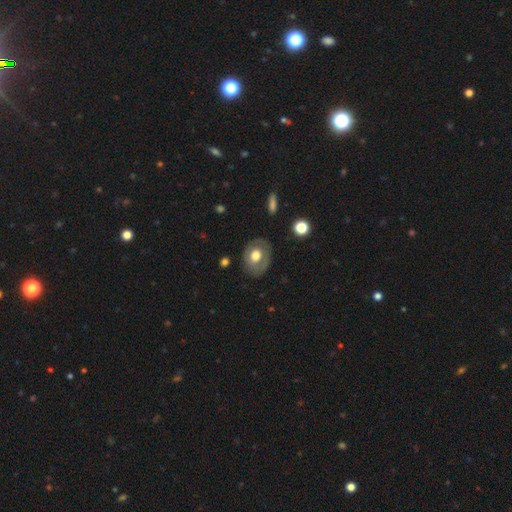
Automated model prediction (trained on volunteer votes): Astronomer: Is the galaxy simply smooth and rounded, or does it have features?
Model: smooth — 50% (runner-up: featured or disk, 44%).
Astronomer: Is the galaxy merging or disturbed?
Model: none — 80%.